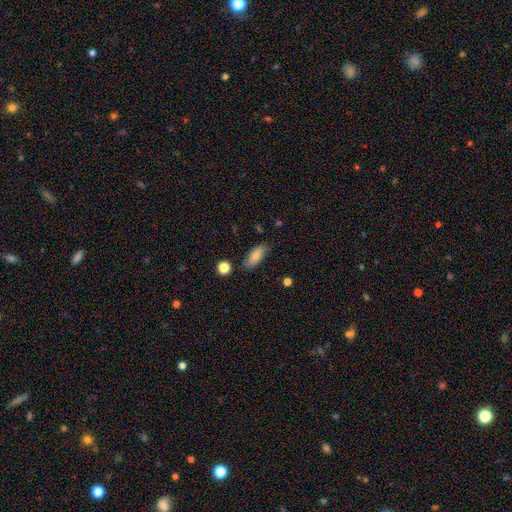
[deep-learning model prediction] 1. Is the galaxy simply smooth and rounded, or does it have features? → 76% smooth, 16% featured or disk, 7% star or artifact.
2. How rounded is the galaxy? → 84% in between, 13% cigar-shaped, 3% round.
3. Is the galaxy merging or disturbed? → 78% none, 16% minor disturbance, 3% major disturbance, 2% merger.